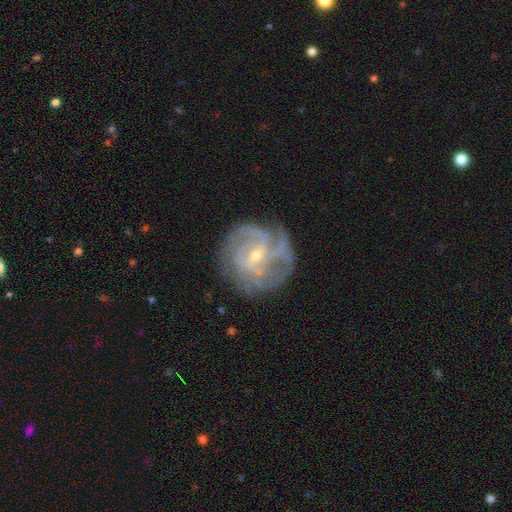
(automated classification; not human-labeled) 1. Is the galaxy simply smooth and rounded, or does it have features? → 88% featured or disk, 6% star or artifact, 6% smooth.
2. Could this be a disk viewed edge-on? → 98% no, 2% yes.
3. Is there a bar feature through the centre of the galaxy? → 50% weak, 33% no, 17% strong.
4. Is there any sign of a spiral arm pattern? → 96% yes, 4% no.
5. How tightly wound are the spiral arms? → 48% tight, 41% medium, 11% loose.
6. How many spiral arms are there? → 31% 3, 22% can't tell, 18% 2, 17% 4, 6% more than 4, 6% 1.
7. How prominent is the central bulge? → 68% small, 29% moderate, 1% none, 1% large, 1% dominant.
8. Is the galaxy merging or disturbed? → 70% none, 19% minor disturbance, 10% major disturbance, 2% merger.